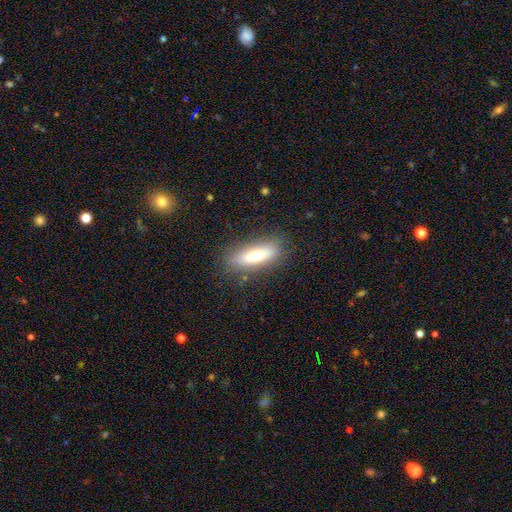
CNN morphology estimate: Smooth or featured? Predicted: smooth (p=0.64). How rounded? Predicted: cigar-shaped (p=0.52). Merging? Predicted: none (p=0.83).